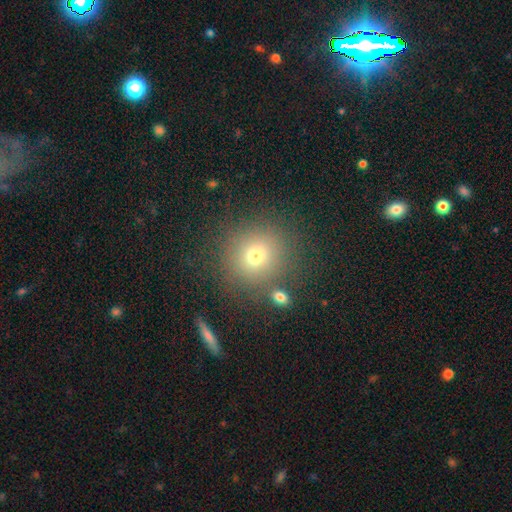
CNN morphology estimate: Smooth or featured: smooth — 70% (star or artifact — 18%)
How rounded: round — 90% (in between — 9%)
Merging: none — 82% (minor disturbance — 9%)